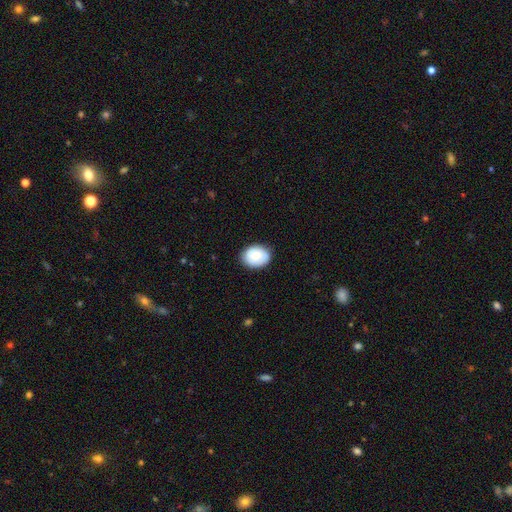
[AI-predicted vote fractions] Smooth or featured: smooth — 72% (featured or disk — 21%)
How rounded: in between — 53% (round — 46%)
Merging: none — 84% (minor disturbance — 13%)